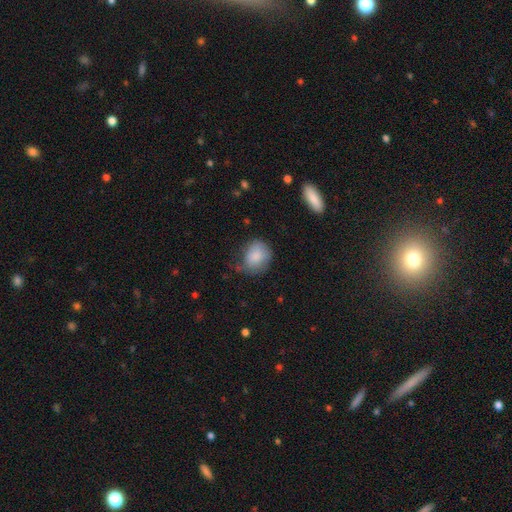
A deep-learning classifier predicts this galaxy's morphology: smooth_or_featured: smooth (p=0.82) [alt: featured or disk p=0.10]
how_rounded: round (p=0.59) [alt: in between p=0.40]
merging: none (p=0.49) [alt: minor disturbance p=0.34]